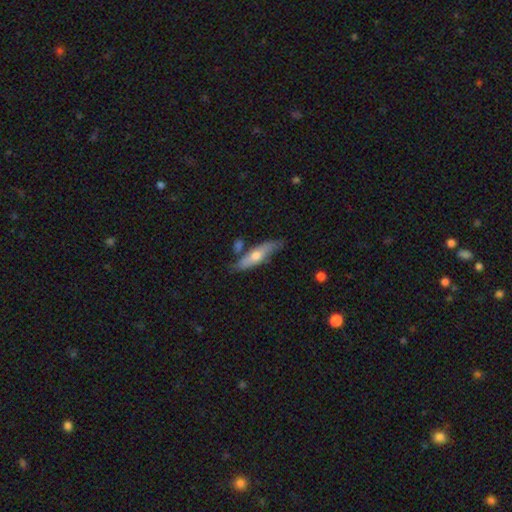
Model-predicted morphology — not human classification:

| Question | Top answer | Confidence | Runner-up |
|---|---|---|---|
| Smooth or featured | smooth | 50% | featured or disk (44%) |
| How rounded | cigar-shaped | 71% | in between (27%) |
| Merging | none | 71% | minor disturbance (17%) |